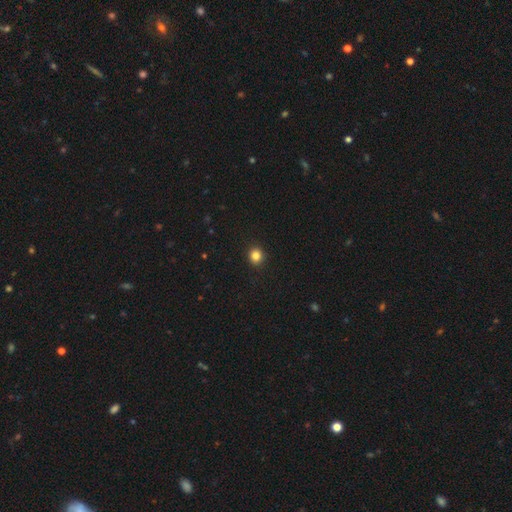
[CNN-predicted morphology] Overall: smooth (85%). How rounded: round (88%). Merging: none (93%).